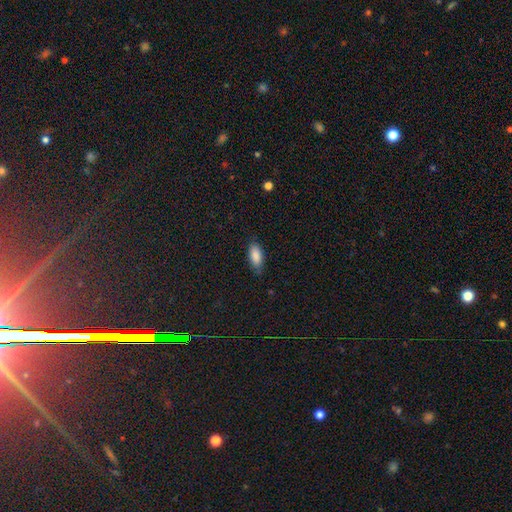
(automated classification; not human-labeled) Smooth or featured?
  - smooth: 87% *
  - star or artifact: 7%
  - featured or disk: 6%
How rounded?
  - in between: 87% *
  - cigar-shaped: 11%
  - round: 2%
Merging?
  - none: 80% *
  - minor disturbance: 16%
  - major disturbance: 3%
  - merger: 1%